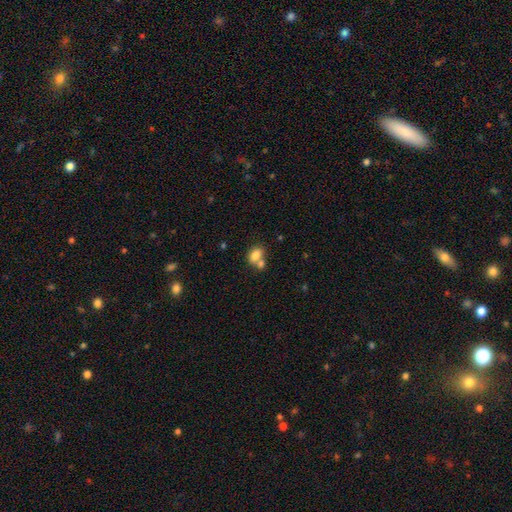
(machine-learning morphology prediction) A smooth galaxy with no disk features (80%) that is in between round and cigar-shaped (78%).

Vote fractions:
- Smooth or featured? smooth: 80% / featured or disk: 10% / star or artifact: 10%
- How rounded? in between: 78% / round: 21% / cigar-shaped: 2%
- Merging? merger: 44% / none: 40% / minor disturbance: 11% / major disturbance: 4%